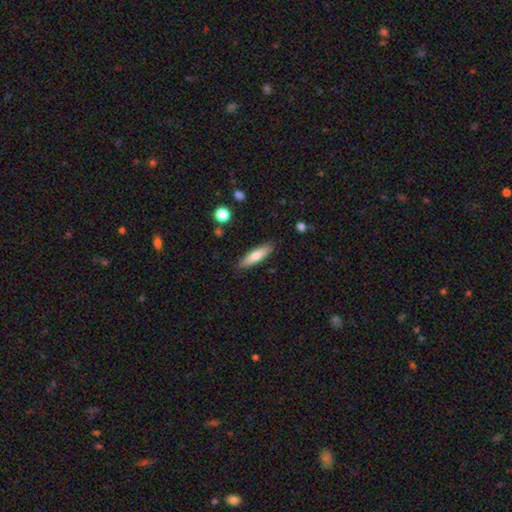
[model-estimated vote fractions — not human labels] smooth-or-featured: smooth: 71% | featured or disk: 24% | star or artifact: 6%
  how-rounded: cigar-shaped: 68% | in between: 31% | round: 2%
  merging: none: 87% | minor disturbance: 9% | major disturbance: 2% | merger: 1%